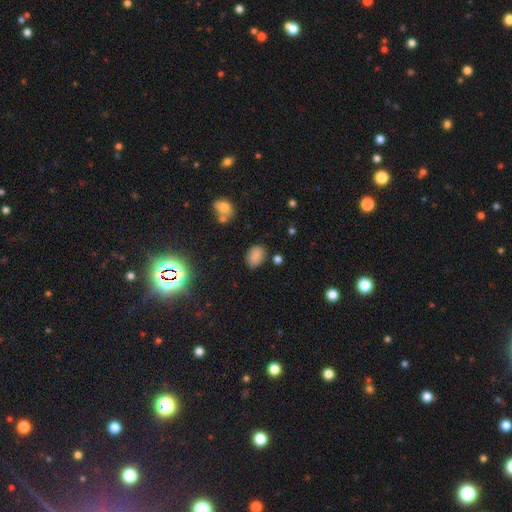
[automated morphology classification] Overall: smooth (82%). How rounded: in between (78%). Merging: none (77%).